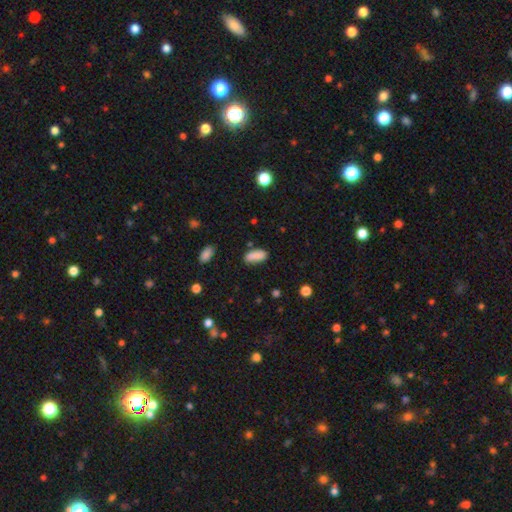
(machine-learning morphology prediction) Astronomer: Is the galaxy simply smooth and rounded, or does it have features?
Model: smooth — 86%.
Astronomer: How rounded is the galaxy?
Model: in between — 80%.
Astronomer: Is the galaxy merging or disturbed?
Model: none — 74%.